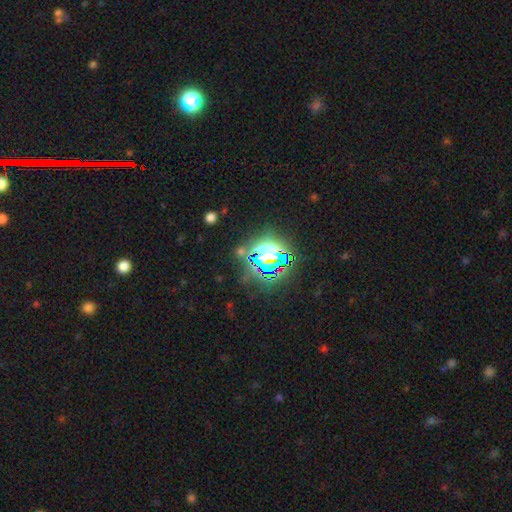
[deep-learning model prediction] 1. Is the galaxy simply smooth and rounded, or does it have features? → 78% star or artifact, 14% smooth, 8% featured or disk.